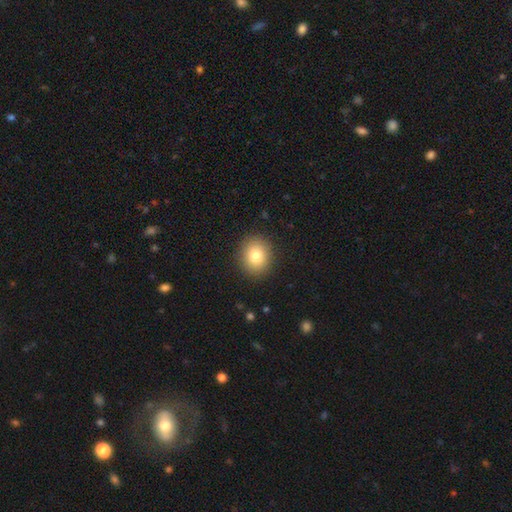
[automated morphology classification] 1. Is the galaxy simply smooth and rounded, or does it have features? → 80% smooth, 10% star or artifact, 10% featured or disk.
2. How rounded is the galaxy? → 73% round, 26% in between, 1% cigar-shaped.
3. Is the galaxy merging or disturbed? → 89% none, 7% minor disturbance, 2% major disturbance, 1% merger.